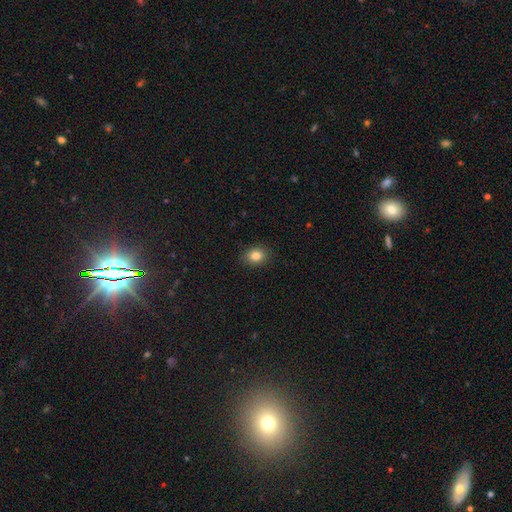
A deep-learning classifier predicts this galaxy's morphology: Overall: smooth (84%). How rounded: round (50%; in between 49%). Merging: none (88%).